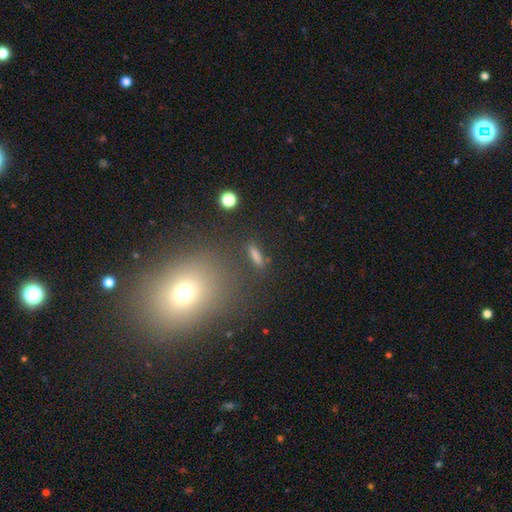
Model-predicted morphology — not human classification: type=smooth (72%); roundness=cigar-shaped (55%); merging=none (82%).